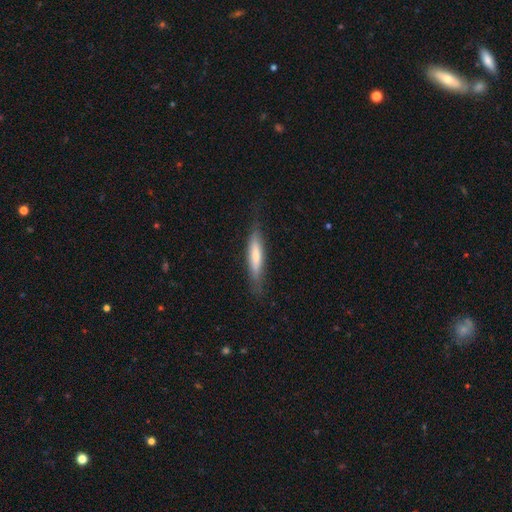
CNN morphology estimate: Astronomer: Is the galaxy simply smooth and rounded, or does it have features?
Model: smooth — 63%.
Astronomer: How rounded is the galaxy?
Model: cigar-shaped — 83%.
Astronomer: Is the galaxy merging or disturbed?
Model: none — 76%.